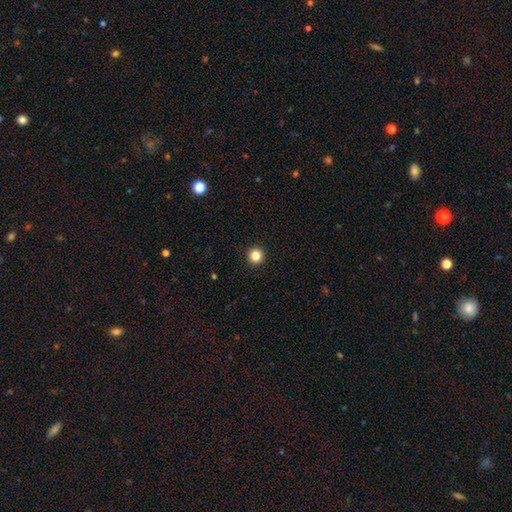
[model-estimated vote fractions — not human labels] This appears to be a smooth galaxy with no disk features (84%) that is round (96%). Merging: none (94%).